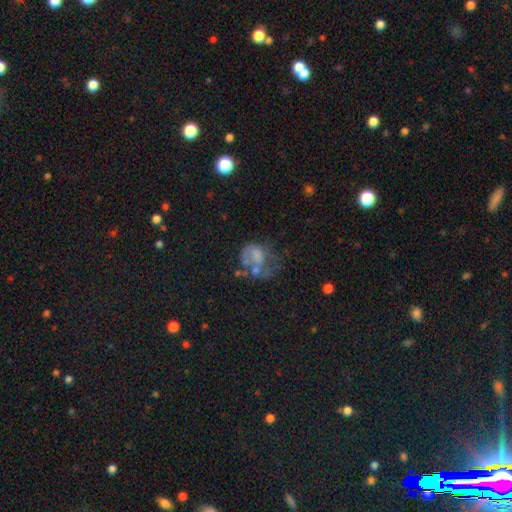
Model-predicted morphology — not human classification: Smooth or featured?
  - smooth: 46% *
  - featured or disk: 42%
  - star or artifact: 13%
Merging?
  - major disturbance: 44% *
  - none: 22%
  - minor disturbance: 18%
  - merger: 16%